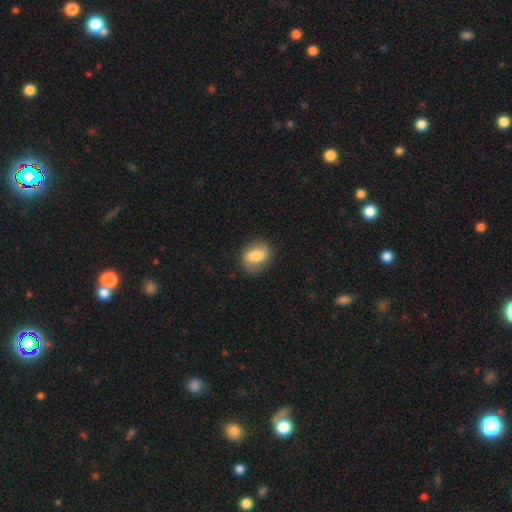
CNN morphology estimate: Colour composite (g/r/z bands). It shows a smooth galaxy with no disk features (74%) that is in between round and cigar-shaped (67%). Merging: none (80%).